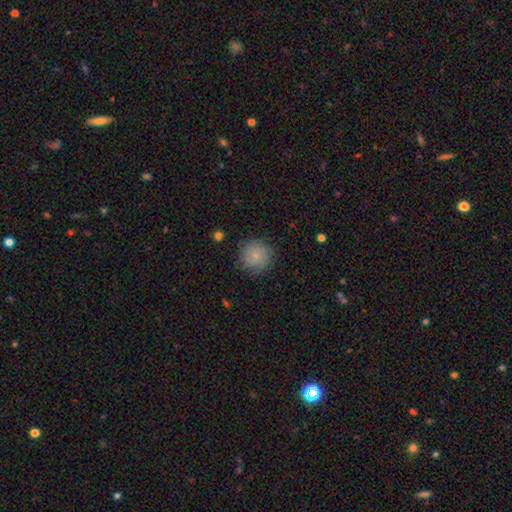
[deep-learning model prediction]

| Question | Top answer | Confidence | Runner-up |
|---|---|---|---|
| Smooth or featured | smooth | 81% | featured or disk (10%) |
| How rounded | round | 93% | in between (6%) |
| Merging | none | 81% | minor disturbance (13%) |